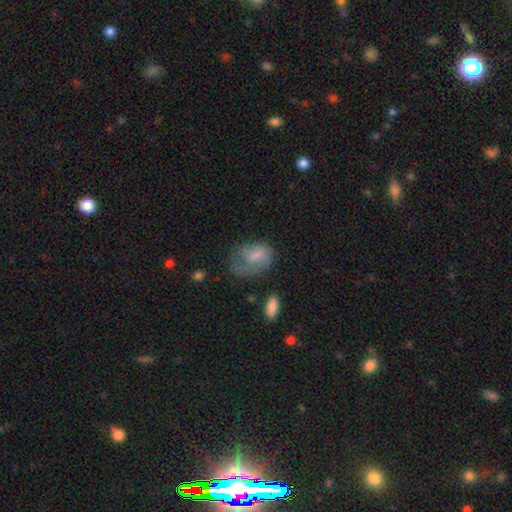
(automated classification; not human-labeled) The model was most divided on "merging": major disturbance: 40%, none: 30%, minor disturbance: 27%, merger: 3%. More confident: how rounded — in between (74%); smooth or featured — smooth (68%).